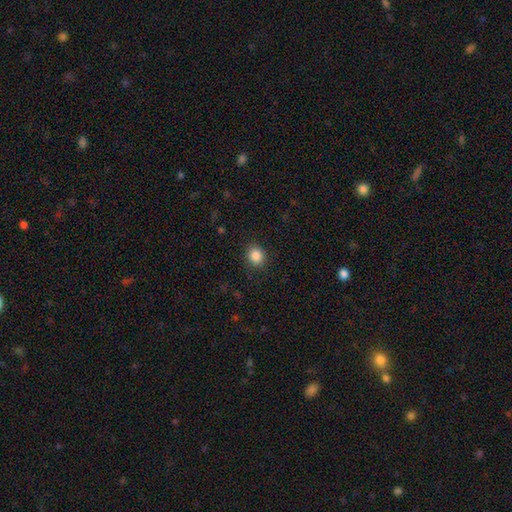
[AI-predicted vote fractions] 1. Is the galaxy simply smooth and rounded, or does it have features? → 86% smooth, 10% star or artifact, 4% featured or disk.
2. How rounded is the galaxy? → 74% round, 25% in between, 1% cigar-shaped.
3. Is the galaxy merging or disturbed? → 87% none, 9% minor disturbance, 3% major disturbance, 1% merger.